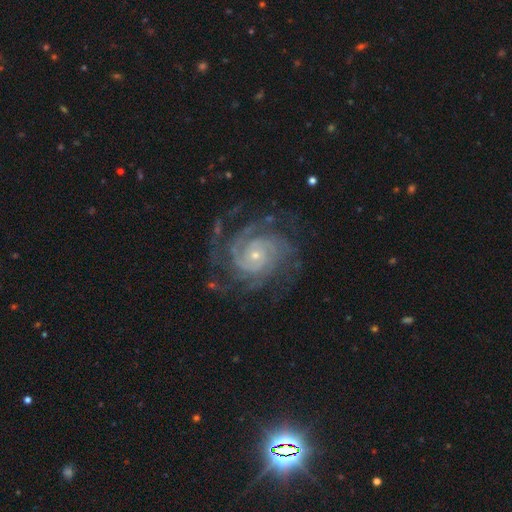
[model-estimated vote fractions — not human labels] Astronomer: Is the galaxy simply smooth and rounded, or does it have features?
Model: featured or disk — 90%.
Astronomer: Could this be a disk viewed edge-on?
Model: no — 98%.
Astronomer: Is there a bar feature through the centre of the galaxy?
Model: no — 72%.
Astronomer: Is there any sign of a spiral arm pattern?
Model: yes — 98%.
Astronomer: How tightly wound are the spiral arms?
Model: tight — 71%.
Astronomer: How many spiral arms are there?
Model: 2 — 26% (runner-up: 3, 23%).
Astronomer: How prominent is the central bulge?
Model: small — 77%.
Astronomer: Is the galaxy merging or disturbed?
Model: none — 76%.